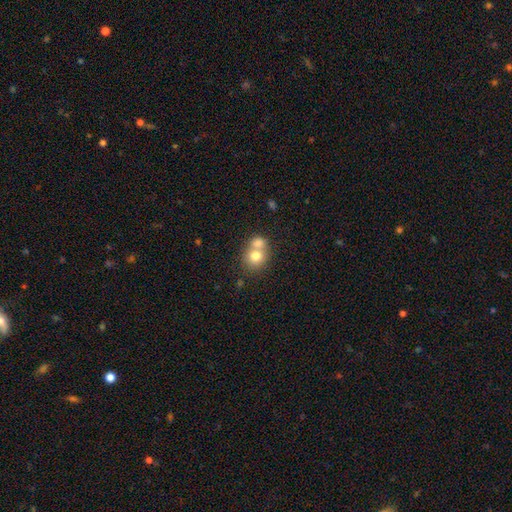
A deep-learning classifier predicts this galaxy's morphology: Smooth or featured: smooth — 75% (featured or disk — 16%)
How rounded: round — 74% (in between — 25%)
Merging: merger — 59% (none — 32%)